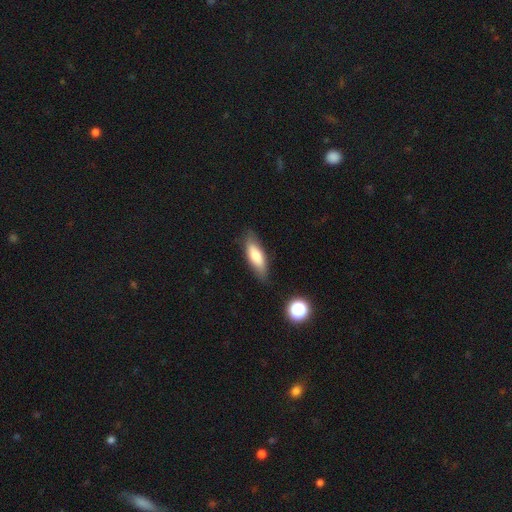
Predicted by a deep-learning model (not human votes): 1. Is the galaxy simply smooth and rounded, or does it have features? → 73% smooth, 20% featured or disk, 7% star or artifact.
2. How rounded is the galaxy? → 60% in between, 37% cigar-shaped, 2% round.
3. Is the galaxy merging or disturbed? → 78% none, 16% minor disturbance, 3% major disturbance, 2% merger.